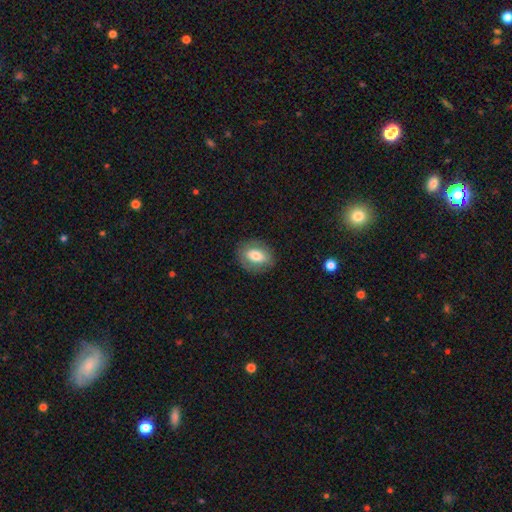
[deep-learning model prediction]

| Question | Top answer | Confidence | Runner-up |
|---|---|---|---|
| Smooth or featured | smooth | 71% | featured or disk (21%) |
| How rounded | in between | 74% | round (24%) |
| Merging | none | 85% | minor disturbance (11%) |